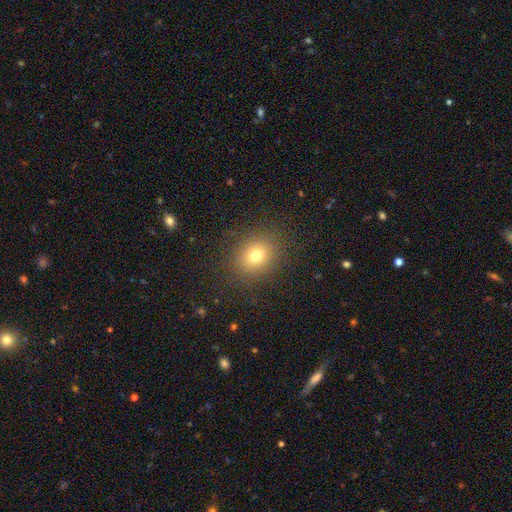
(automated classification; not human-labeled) A smooth galaxy with no disk features (74%) that is round (66%). Merging: none (87%).